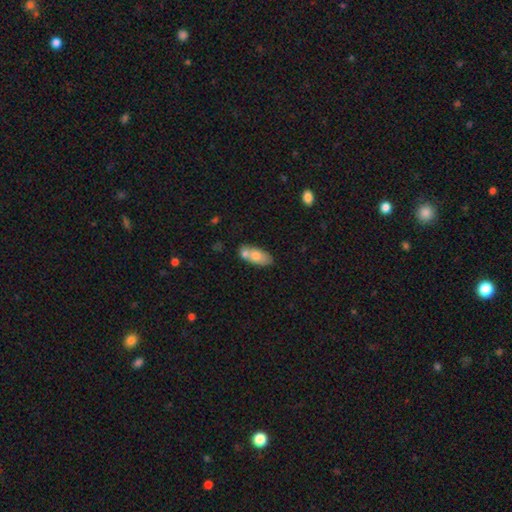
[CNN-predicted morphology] A smooth galaxy with no disk features (72%) that is in between round and cigar-shaped (86%).

Vote fractions:
- Smooth or featured? smooth: 72% / featured or disk: 21% / star or artifact: 7%
- How rounded? in between: 86% / cigar-shaped: 10% / round: 4%
- Merging? none: 47% / merger: 35% / minor disturbance: 15% / major disturbance: 4%